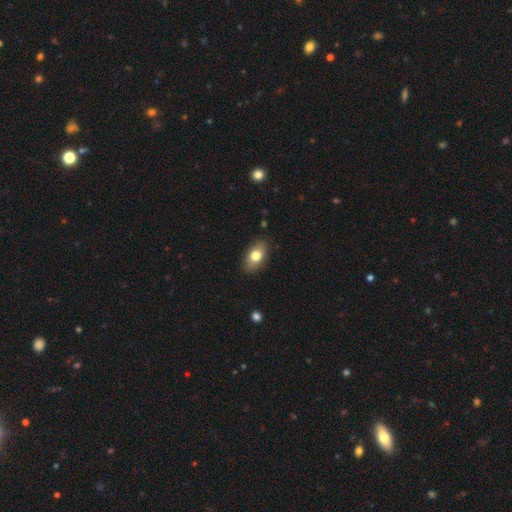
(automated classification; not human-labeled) Overall: smooth (76%). How rounded: in between (89%). Merging: none (86%).